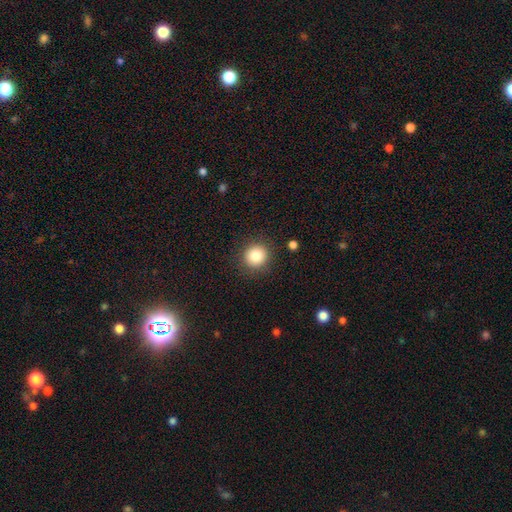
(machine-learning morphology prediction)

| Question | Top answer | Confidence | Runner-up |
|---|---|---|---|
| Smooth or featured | smooth | 83% | star or artifact (11%) |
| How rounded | round | 92% | in between (7%) |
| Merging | none | 89% | minor disturbance (7%) |